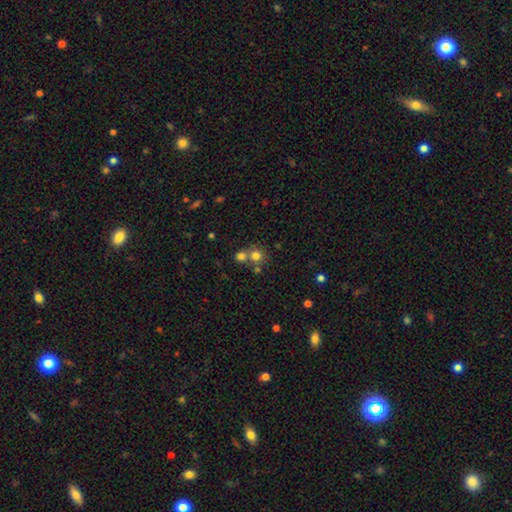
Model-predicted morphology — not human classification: This appears to be a smooth galaxy with no disk features (74%) that is round (89%). Merging: none (51%).